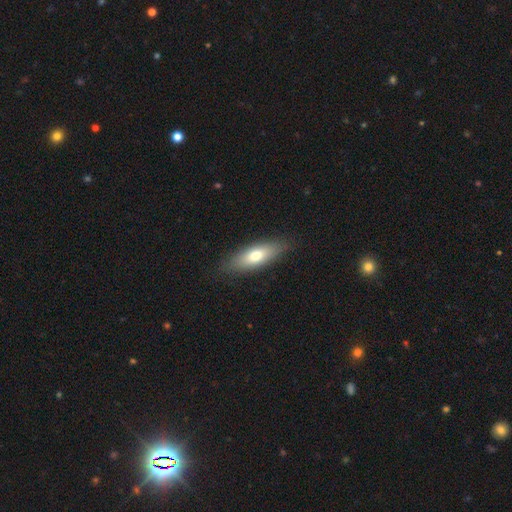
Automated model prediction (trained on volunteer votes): This is likely a smooth galaxy (70%). How rounded: likely in between (63%). Merging: clearly none (85%).